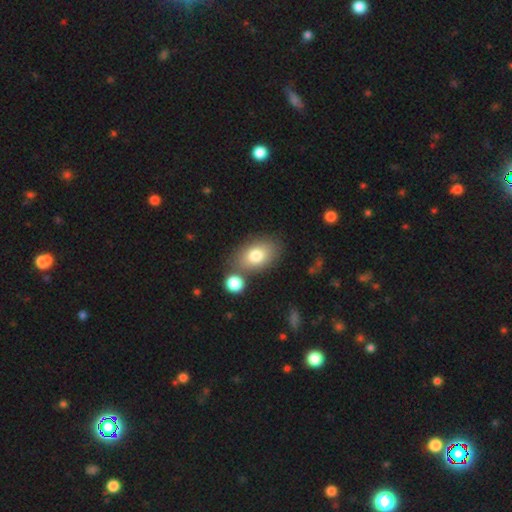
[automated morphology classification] Smooth or featured? Predicted: smooth (p=0.78). How rounded? Predicted: in between (p=0.86). Merging? Predicted: none (p=0.67).